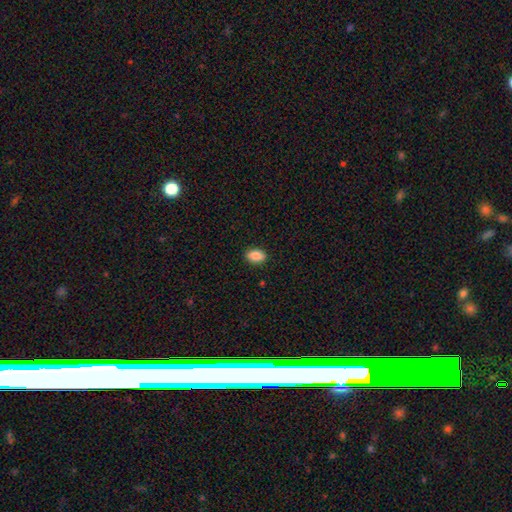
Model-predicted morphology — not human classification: The model was most divided on "how rounded": in between: 88%, round: 10%, cigar-shaped: 2%. More confident: merging — none (90%); smooth or featured — smooth (88%).